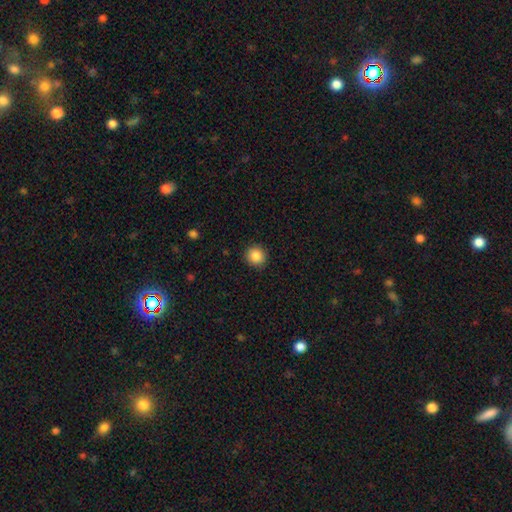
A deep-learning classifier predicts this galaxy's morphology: smooth-or-featured: smooth: 87% | star or artifact: 9% | featured or disk: 4%
  how-rounded: round: 92% | in between: 7% | cigar-shaped: 1%
  merging: none: 91% | minor disturbance: 6% | major disturbance: 2% | merger: 1%